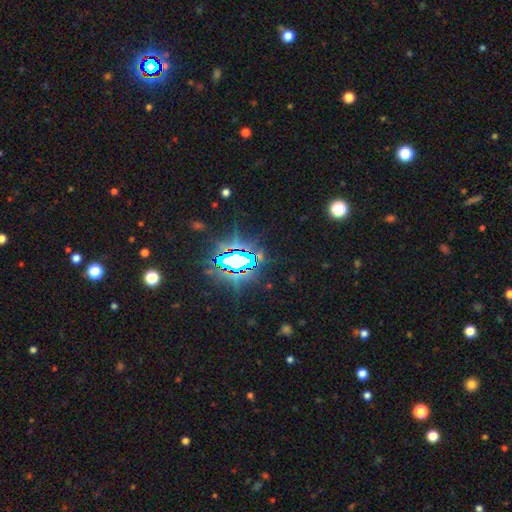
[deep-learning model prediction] A star or artifact, not a galaxy (76%).

Vote fractions:
- Smooth or featured? star or artifact: 76% / smooth: 13% / featured or disk: 11%